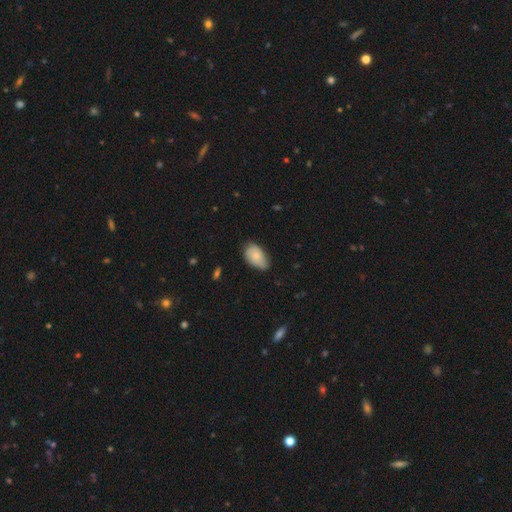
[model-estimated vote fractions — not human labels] Morphology: type=smooth (74%); roundness=in between (92%); merging=none (58%).